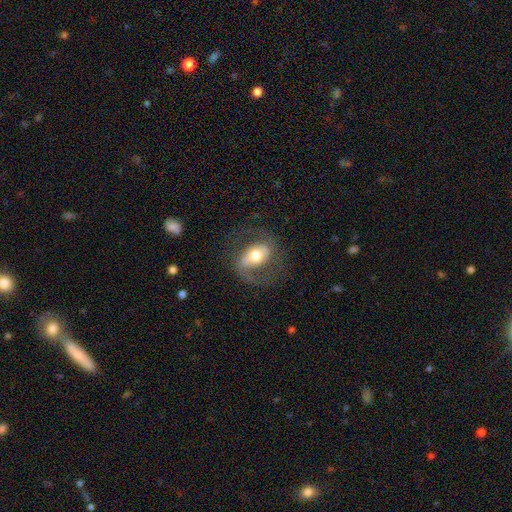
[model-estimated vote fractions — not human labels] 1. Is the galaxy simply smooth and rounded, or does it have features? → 71% featured or disk, 23% smooth, 6% star or artifact.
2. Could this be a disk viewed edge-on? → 95% no, 5% yes.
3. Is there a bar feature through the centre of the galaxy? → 40% strong, 34% weak, 26% no.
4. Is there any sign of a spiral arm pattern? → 82% yes, 18% no.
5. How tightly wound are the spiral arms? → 52% medium, 30% loose, 18% tight.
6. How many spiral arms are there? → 87% 2, 5% can't tell, 5% 1, 1% 3, 1% 4, 1% more than 4.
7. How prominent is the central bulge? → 66% moderate, 20% large, 11% small, 2% dominant, 1% none.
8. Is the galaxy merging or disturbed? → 71% none, 15% minor disturbance, 13% major disturbance, 1% merger.